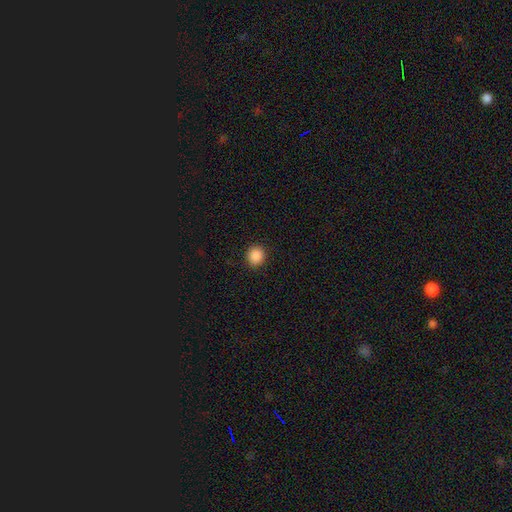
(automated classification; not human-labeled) Q: Smooth or featured?
A: smooth (88%); runner-up: star or artifact (9%)
Q: How rounded?
A: round (85%); runner-up: in between (14%)
Q: Merging?
A: none (91%); runner-up: minor disturbance (6%)